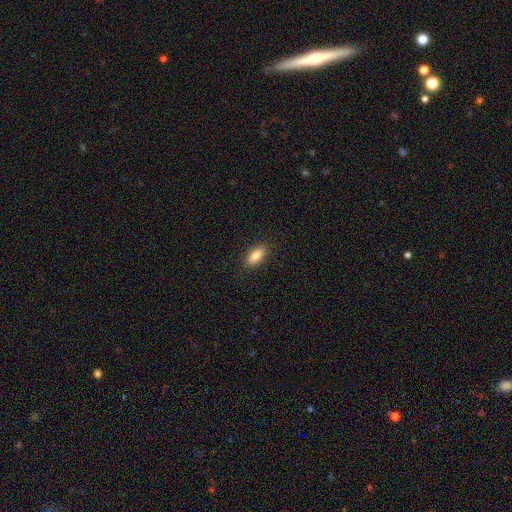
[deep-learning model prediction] The model was most divided on "how rounded": in between: 85%, cigar-shaped: 11%, round: 3%. More confident: merging — none (89%); smooth or featured — smooth (85%).